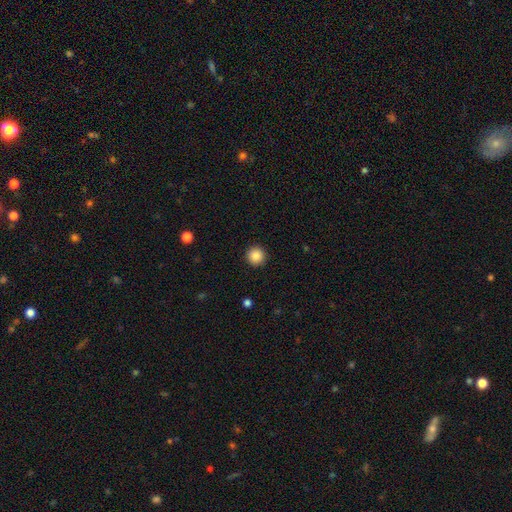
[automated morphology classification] A smooth galaxy with no disk features (87%) that is round (96%).

Vote fractions:
- Smooth or featured? smooth: 87% / star or artifact: 9% / featured or disk: 3%
- How rounded? round: 96% / in between: 3% / cigar-shaped: 1%
- Merging? none: 93% / minor disturbance: 5% / major disturbance: 2% / merger: 1%